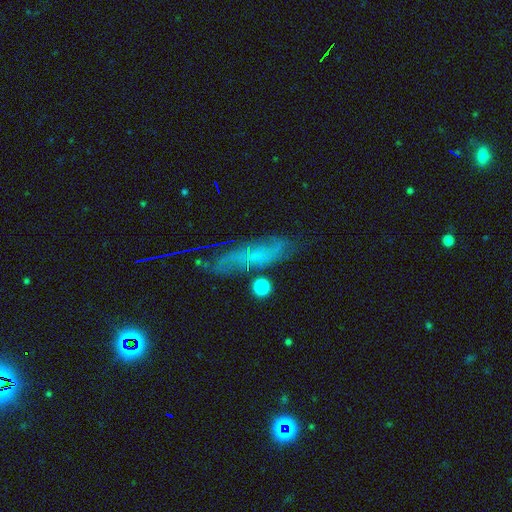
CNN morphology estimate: Smooth or featured? featured or disk (49%)
Merging? none (58%)